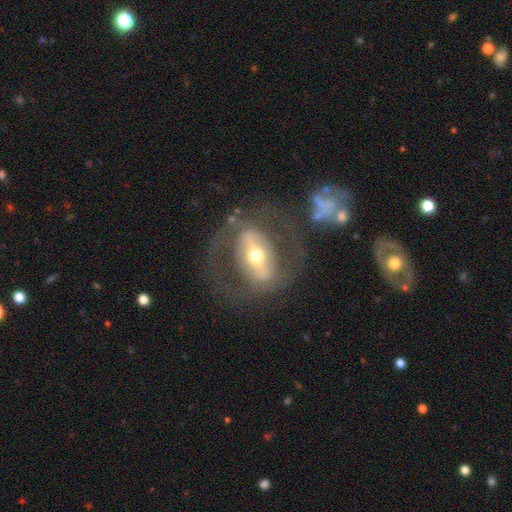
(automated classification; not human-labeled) smooth-or-featured: featured or disk: 76% | smooth: 18% | star or artifact: 6%
  disk-edge-on: no: 91% | yes: 9%
    bar: strong: 60% | weak: 22% | no: 18%
    has-spiral-arms: no: 56% | yes: 44%
    bulge-size: moderate: 65% | small: 24% | large: 8% | dominant: 1% | none: 1%
  merging: none: 66% | major disturbance: 17% | minor disturbance: 13% | merger: 4%